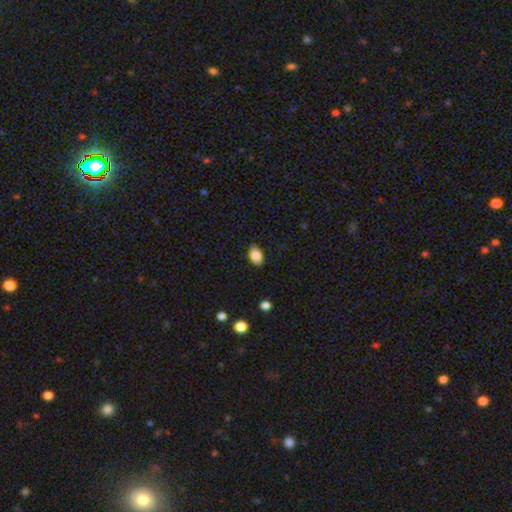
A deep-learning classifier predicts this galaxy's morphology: Overall: smooth (85%). How rounded: in between (86%). Merging: none (85%).